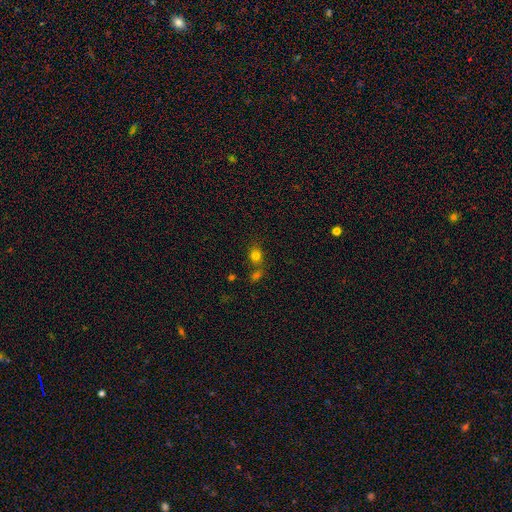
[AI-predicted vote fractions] Smooth or featured: smooth — 76% (star or artifact — 16%)
How rounded: round — 59% (in between — 40%)
Merging: none — 57% (merger — 28%)